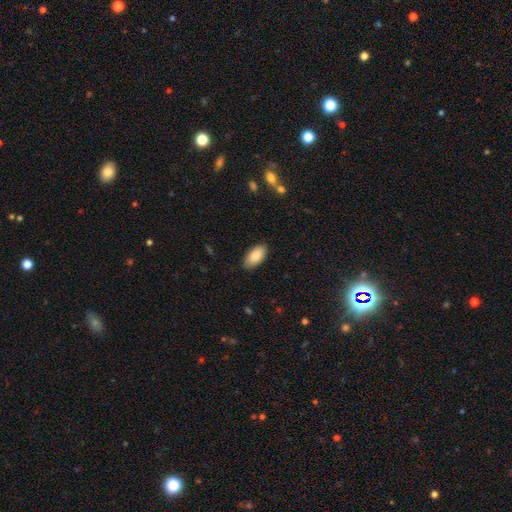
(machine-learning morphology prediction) type=smooth (86%); roundness=in between (94%); merging=none (86%).